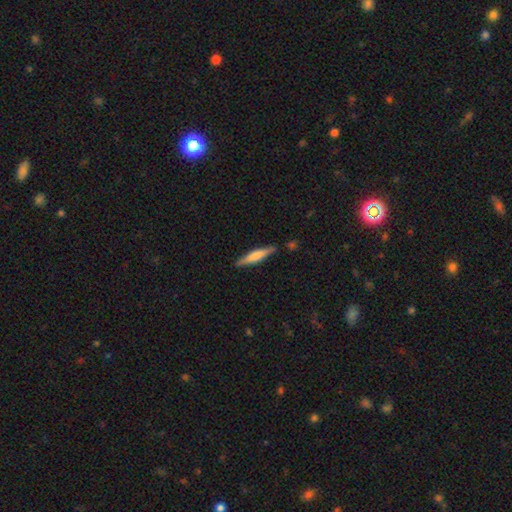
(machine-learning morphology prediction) smooth 54%, featured or disk 40%, star or artifact 6%. Down the decision tree: how rounded — cigar-shaped (89%); merging — none (86%).